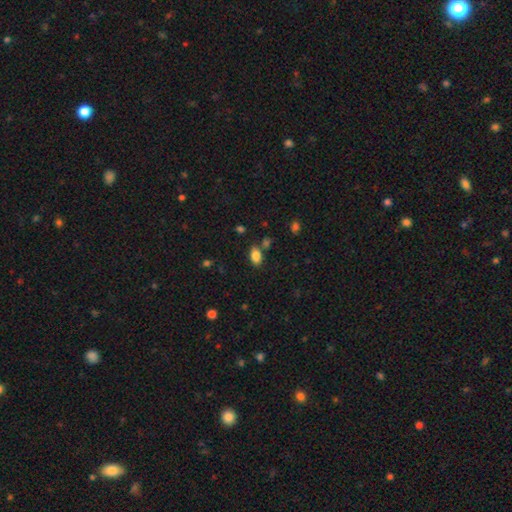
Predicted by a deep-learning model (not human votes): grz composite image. It shows a smooth galaxy with no disk features (85%) that is in between round and cigar-shaped (91%). Merging: none (75%).